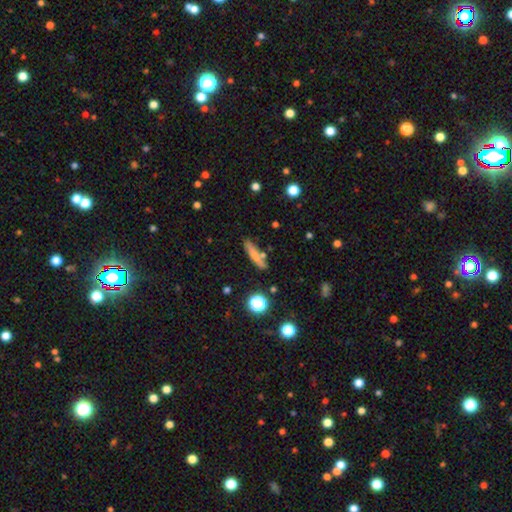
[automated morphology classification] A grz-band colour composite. It shows a smooth galaxy with no disk features (71%) that is cigar-shaped (80%). Merging: none (74%).